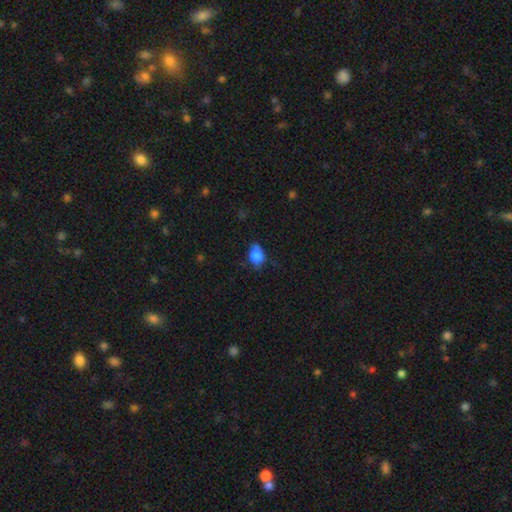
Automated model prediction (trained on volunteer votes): Q: Smooth or featured?
A: smooth (80%); runner-up: featured or disk (11%)
Q: How rounded?
A: in between (57%); runner-up: round (42%)
Q: Merging?
A: none (49%); runner-up: minor disturbance (37%)